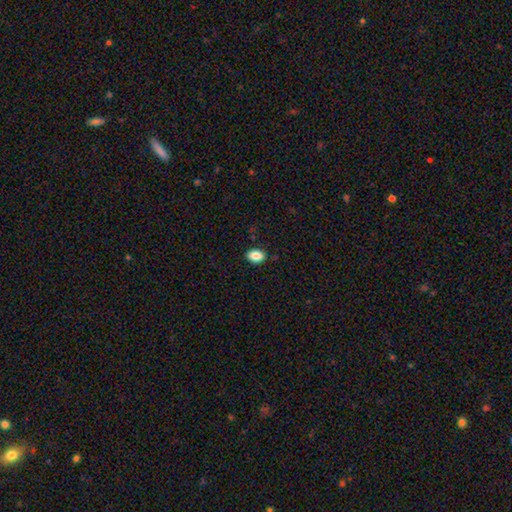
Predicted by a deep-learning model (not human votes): This appears to be a smooth galaxy with no disk features (87%) that is in between round and cigar-shaped (83%). Merging: none (88%).